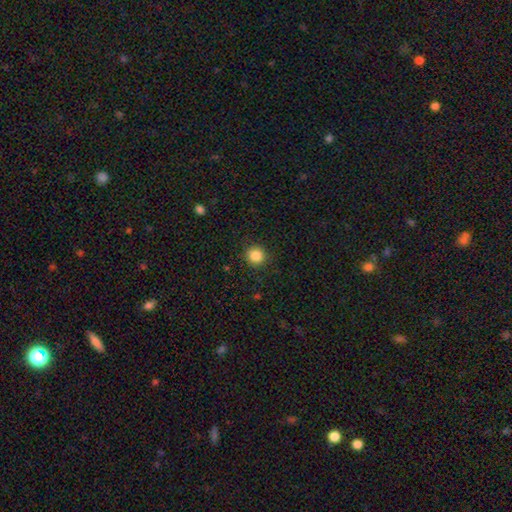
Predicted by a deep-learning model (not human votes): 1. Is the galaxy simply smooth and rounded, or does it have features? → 86% smooth, 11% star or artifact, 4% featured or disk.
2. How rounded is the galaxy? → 93% round, 6% in between, 1% cigar-shaped.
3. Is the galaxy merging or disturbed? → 91% none, 6% minor disturbance, 2% major disturbance, 1% merger.